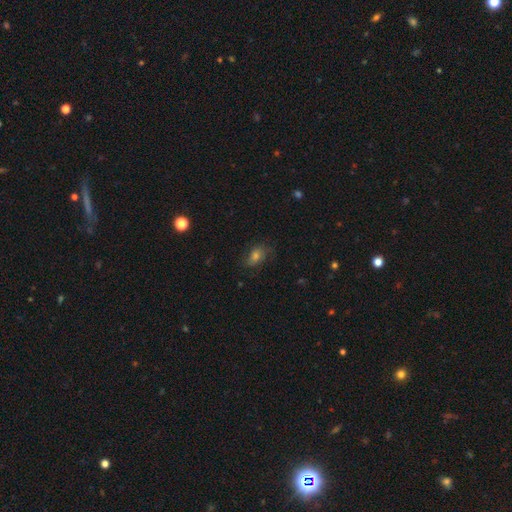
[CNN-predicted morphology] smooth 51%, featured or disk 28%, star or artifact 21%. Down the decision tree: how rounded — in between (74%); merging — none (69%).